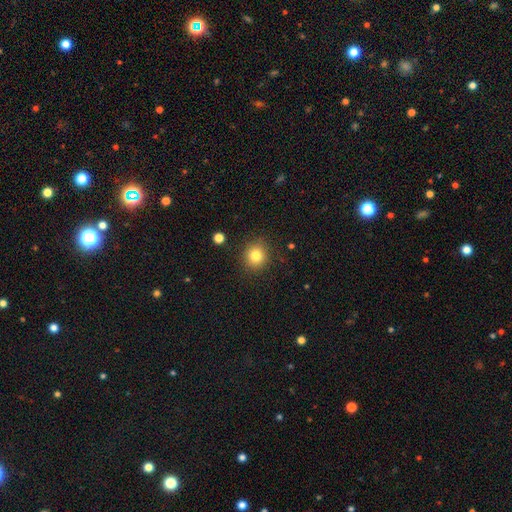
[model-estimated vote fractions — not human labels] Smooth or featured?
  - smooth: 82% *
  - star or artifact: 11%
  - featured or disk: 7%
How rounded?
  - round: 87% *
  - in between: 12%
  - cigar-shaped: 1%
Merging?
  - none: 88% *
  - minor disturbance: 8%
  - major disturbance: 2%
  - merger: 2%